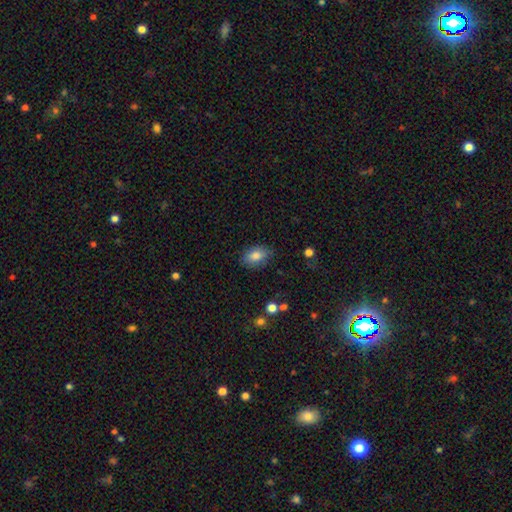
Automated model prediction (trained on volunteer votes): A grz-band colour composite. It shows a smooth galaxy with no disk features (83%) that is in between round and cigar-shaped (86%). Merging: none (82%).